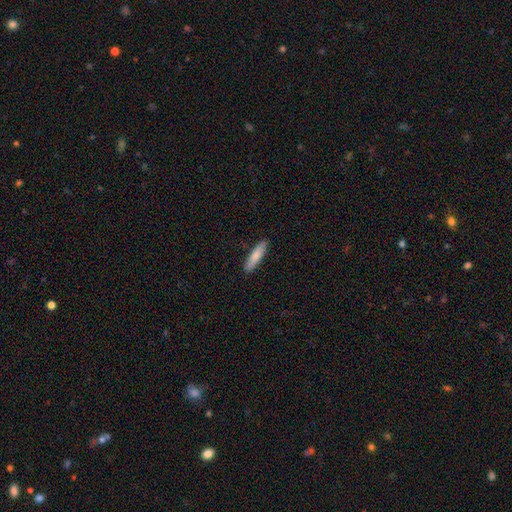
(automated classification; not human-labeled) smooth-or-featured: smooth: 81% | featured or disk: 13% | star or artifact: 5%
  how-rounded: cigar-shaped: 82% | in between: 17% | round: 1%
  merging: none: 90% | minor disturbance: 8% | major disturbance: 2% | merger: 1%